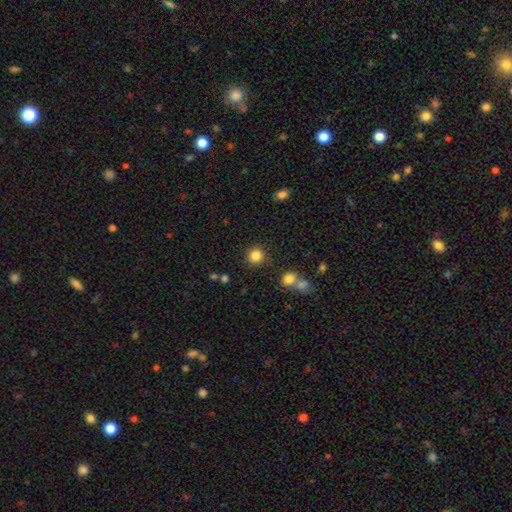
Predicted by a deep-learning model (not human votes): Smooth or featured: smooth — 84% (star or artifact — 11%)
How rounded: round — 92% (in between — 7%)
Merging: none — 87% (minor disturbance — 7%)